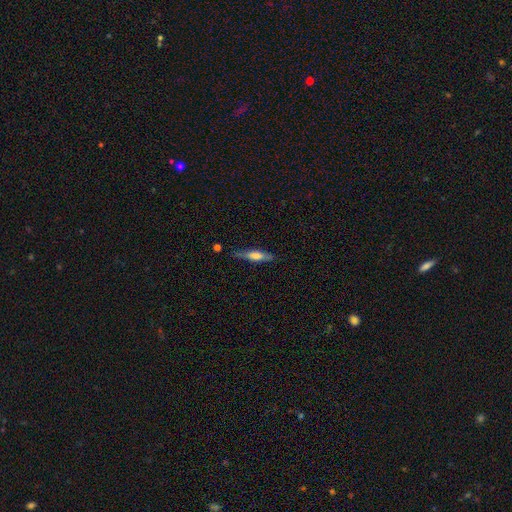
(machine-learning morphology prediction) smooth 50%, featured or disk 44%, star or artifact 7%. Down the decision tree: merging — none (74%).